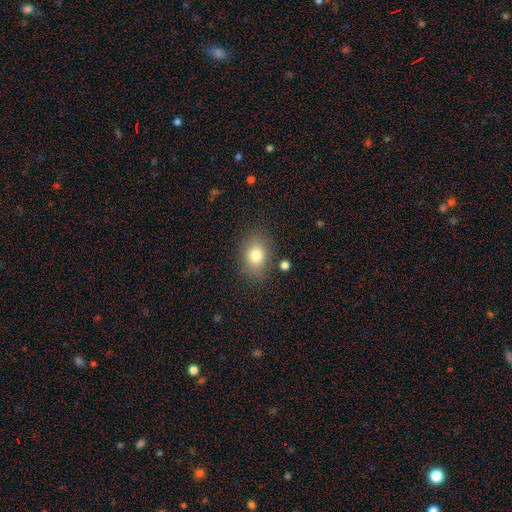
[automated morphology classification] Overall: smooth (78%). How rounded: in between (70%). Merging: none (81%).